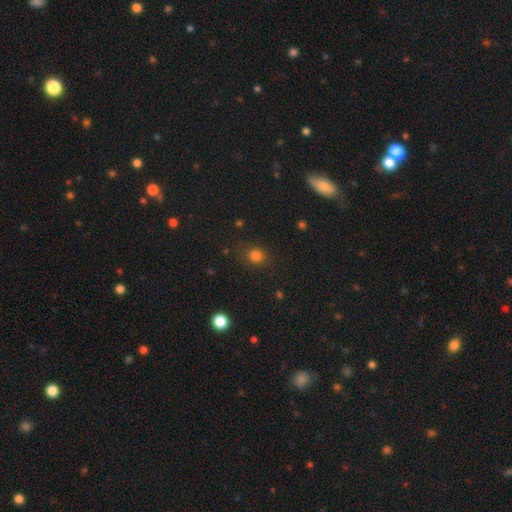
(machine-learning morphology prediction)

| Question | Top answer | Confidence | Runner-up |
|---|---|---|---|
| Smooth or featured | smooth | 78% | star or artifact (16%) |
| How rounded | round | 77% | in between (22%) |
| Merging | none | 81% | minor disturbance (12%) |